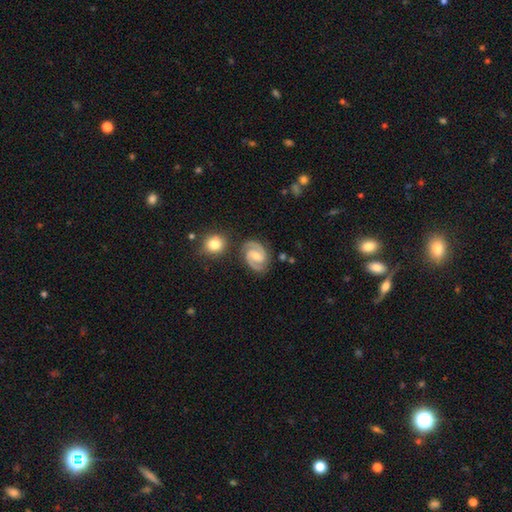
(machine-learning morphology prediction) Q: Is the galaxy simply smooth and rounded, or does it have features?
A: featured or disk — 89%.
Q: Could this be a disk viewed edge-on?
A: no — 98%.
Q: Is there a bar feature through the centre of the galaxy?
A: weak — 47%.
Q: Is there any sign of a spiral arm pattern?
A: yes — 98%.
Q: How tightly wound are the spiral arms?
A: medium — 48%.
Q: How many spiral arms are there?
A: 2 — 93%.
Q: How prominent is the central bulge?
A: moderate — 52%.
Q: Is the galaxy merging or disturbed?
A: none — 81%.